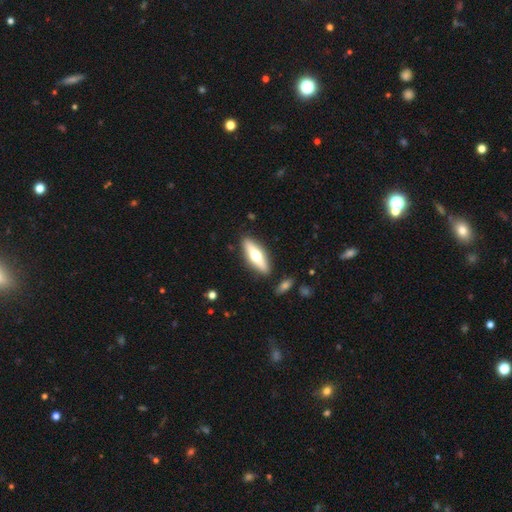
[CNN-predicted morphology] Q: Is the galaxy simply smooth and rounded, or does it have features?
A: featured or disk — 49%.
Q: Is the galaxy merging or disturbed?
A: none — 87%.